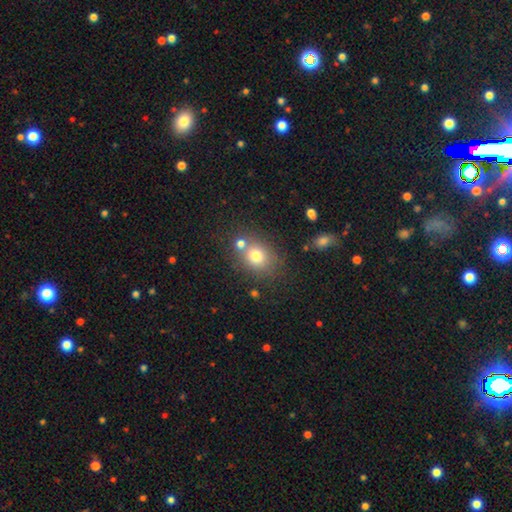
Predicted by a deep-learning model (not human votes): This is likely a smooth galaxy (74%). How rounded: possibly round (58%). Merging: possibly none (59%).